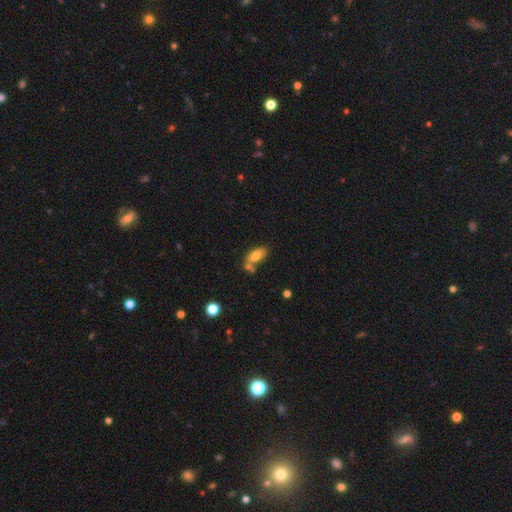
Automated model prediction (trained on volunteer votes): A smooth galaxy with no disk features (75%) that is in between round and cigar-shaped (89%). Merging: none (47%).